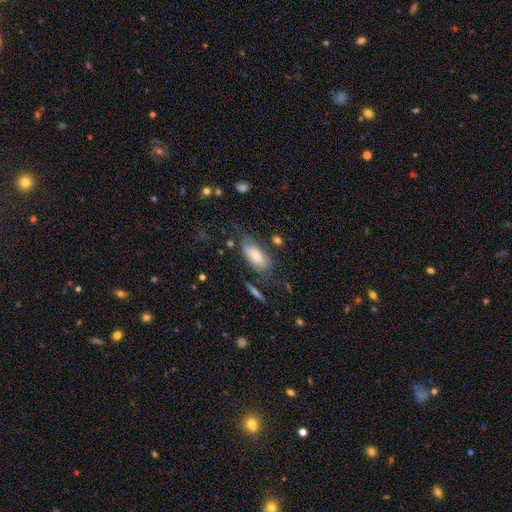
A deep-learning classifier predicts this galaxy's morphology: This appears to be a smooth galaxy with no disk features (67%) that is in between round and cigar-shaped (90%). Merging: none (47%).